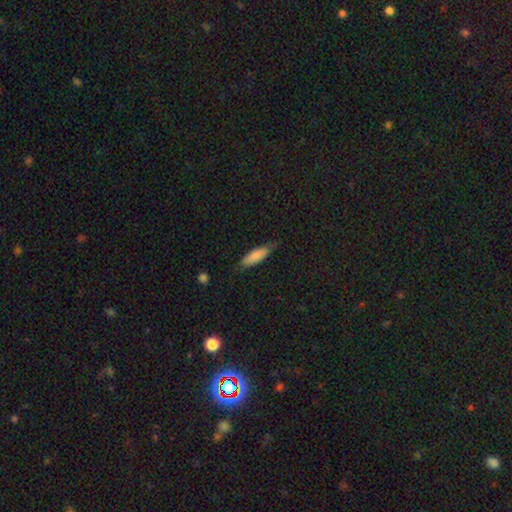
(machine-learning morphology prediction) Smooth or featured? Predicted: smooth (p=0.82). How rounded? Predicted: cigar-shaped (p=0.52). Merging? Predicted: none (p=0.71).